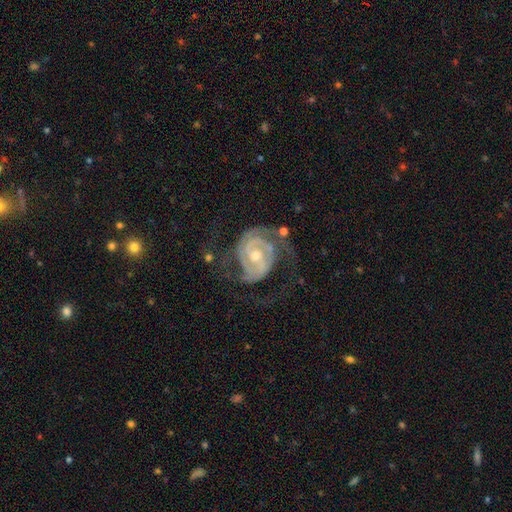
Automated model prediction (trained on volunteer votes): Smooth or featured: featured or disk — 92% (star or artifact — 5%)
Edge-on disk: no — 98% (yes — 2%)
Bar: no — 44% (weak — 40%)
Spiral arms: yes — 98% (no — 2%)
Spiral winding: tight — 54% (medium — 37%)
Spiral arm count: 2 — 74% (3 — 11%)
Bulge size: moderate — 59% (small — 37%)
Merging: none — 62% (major disturbance — 18%)